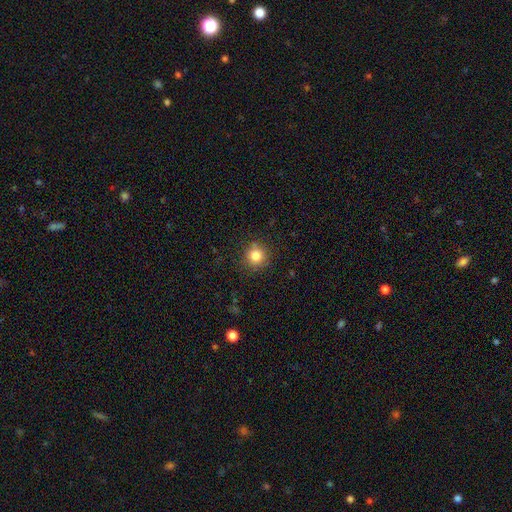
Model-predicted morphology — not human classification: This is clearly a smooth galaxy (83%). How rounded: clearly round (92%). Merging: clearly none (86%).